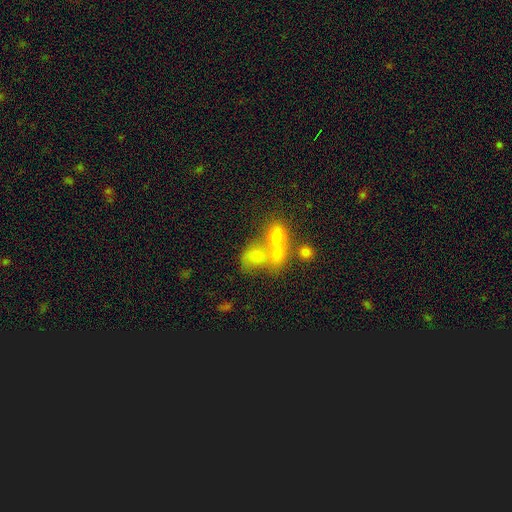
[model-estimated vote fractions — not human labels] smooth 64%, featured or disk 20%, star or artifact 16%. Down the decision tree: how rounded — in between (61%); merging — merger (60%).